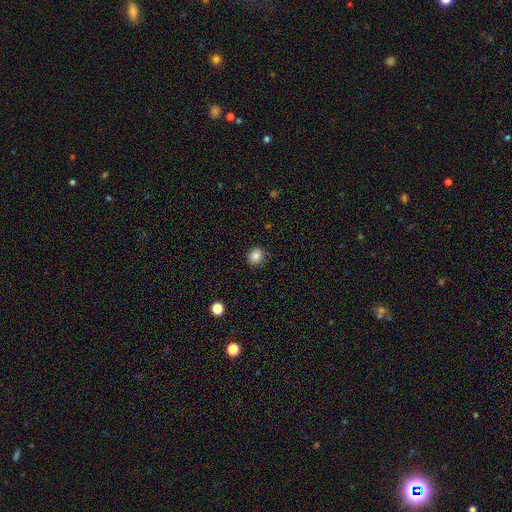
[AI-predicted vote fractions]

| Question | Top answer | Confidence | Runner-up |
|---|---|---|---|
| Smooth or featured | smooth | 86% | star or artifact (10%) |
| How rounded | round | 71% | in between (28%) |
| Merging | none | 89% | minor disturbance (8%) |